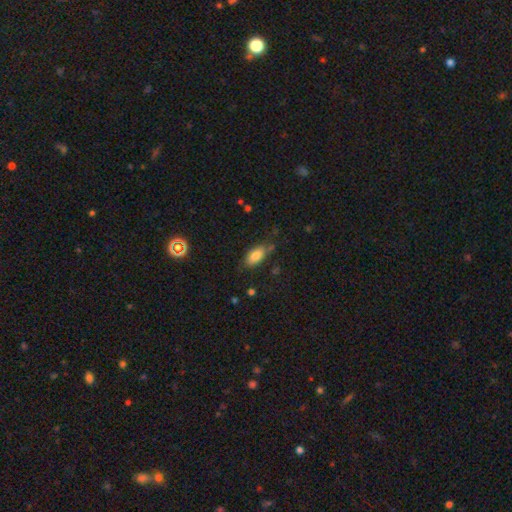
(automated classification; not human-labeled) Smooth or featured: smooth — 81% (featured or disk — 11%)
How rounded: in between — 88% (cigar-shaped — 7%)
Merging: none — 70% (minor disturbance — 21%)